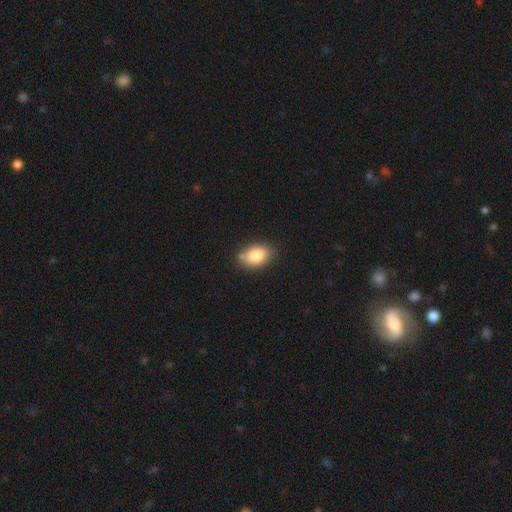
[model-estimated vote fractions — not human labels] This appears to be a smooth galaxy with no disk features (84%) that is in between round and cigar-shaped (85%). Merging: none (75%).